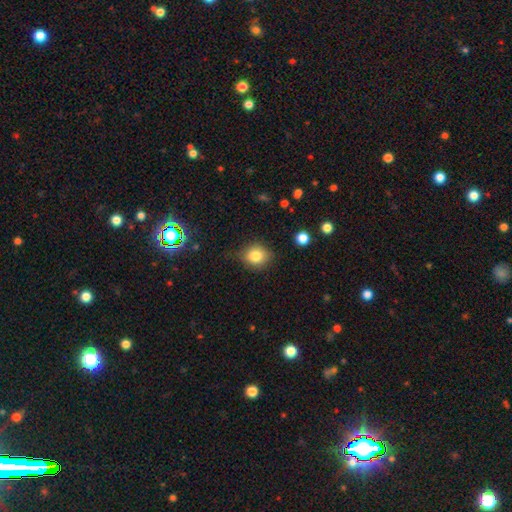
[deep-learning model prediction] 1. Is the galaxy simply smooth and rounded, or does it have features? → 81% smooth, 11% star or artifact, 8% featured or disk.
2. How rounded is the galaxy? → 75% round, 24% in between, 1% cigar-shaped.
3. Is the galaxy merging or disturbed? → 76% none, 18% minor disturbance, 4% major disturbance, 2% merger.